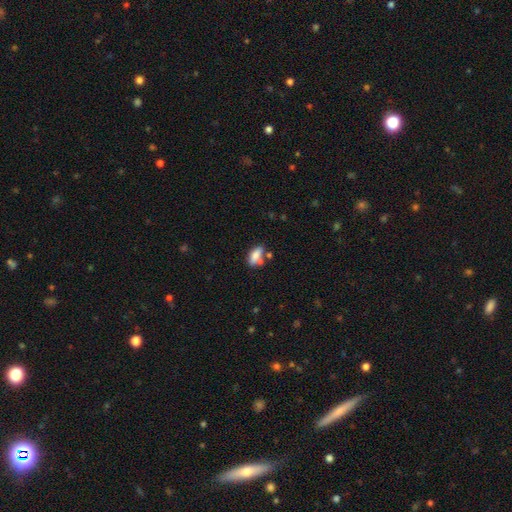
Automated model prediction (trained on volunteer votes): The model was most divided on "merging": none: 54%, minor disturbance: 20%, merger: 19%, major disturbance: 7%. More confident: how rounded — in between (77%); smooth or featured — smooth (76%).